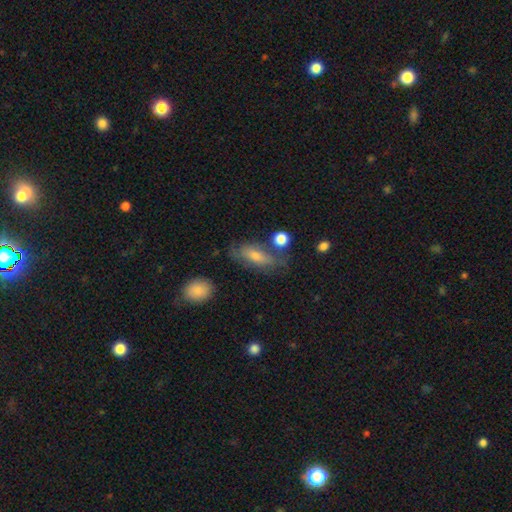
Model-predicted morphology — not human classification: Q: Smooth or featured?
A: smooth (57%); runner-up: featured or disk (35%)
Q: How rounded?
A: in between (68%); runner-up: cigar-shaped (26%)
Q: Merging?
A: none (62%); runner-up: minor disturbance (21%)